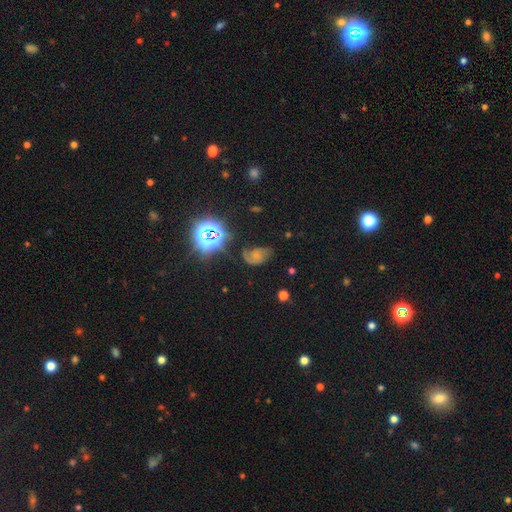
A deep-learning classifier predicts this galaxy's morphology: Q: Smooth or featured?
A: featured or disk (45%); runner-up: smooth (31%)
Q: Merging?
A: none (42%); runner-up: minor disturbance (29%)